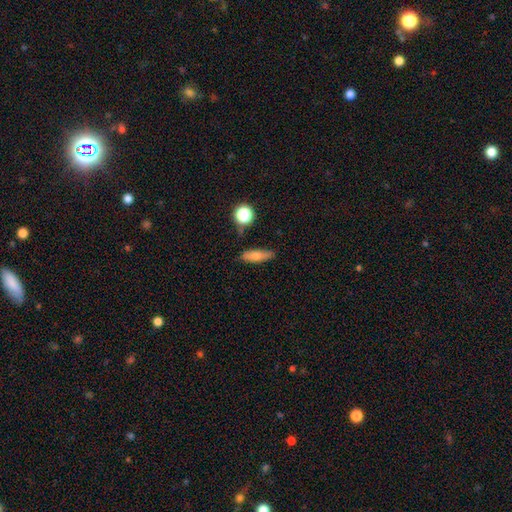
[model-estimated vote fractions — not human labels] Smooth or featured?
  - smooth: 70% *
  - featured or disk: 21%
  - star or artifact: 9%
How rounded?
  - cigar-shaped: 50% *
  - in between: 45%
  - round: 5%
Merging?
  - none: 78% *
  - minor disturbance: 15%
  - major disturbance: 4%
  - merger: 3%